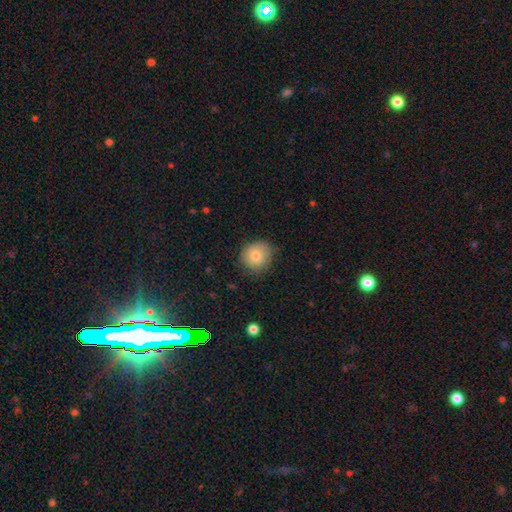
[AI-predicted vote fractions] Q: Smooth or featured?
A: smooth (77%); runner-up: featured or disk (13%)
Q: How rounded?
A: round (87%); runner-up: in between (12%)
Q: Merging?
A: none (76%); runner-up: minor disturbance (19%)